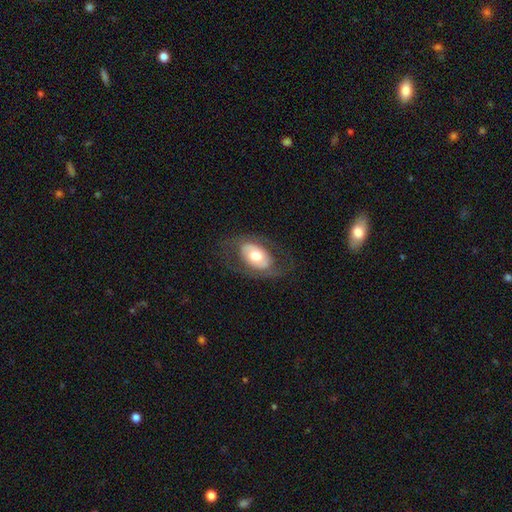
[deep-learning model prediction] featured or disk 49%, smooth 45%, star or artifact 6%. Down the decision tree: merging — none (71%).